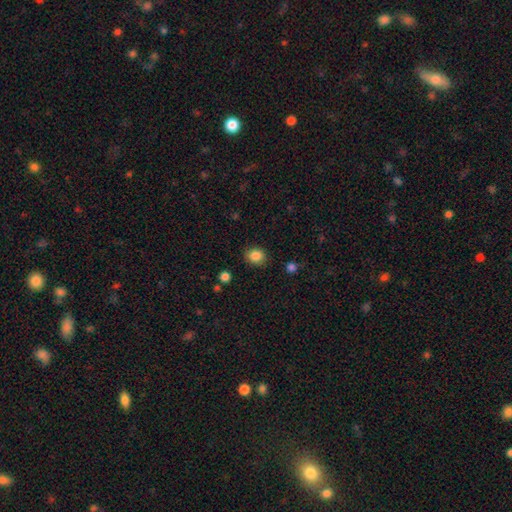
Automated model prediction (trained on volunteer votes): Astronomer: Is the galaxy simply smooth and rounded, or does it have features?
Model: smooth — 86%.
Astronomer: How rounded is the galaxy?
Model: round — 74%.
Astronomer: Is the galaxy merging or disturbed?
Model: none — 88%.